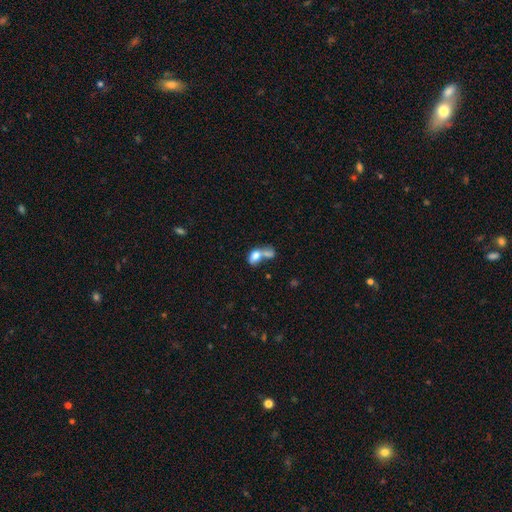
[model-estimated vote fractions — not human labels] smooth-or-featured: smooth: 72% | featured or disk: 18% | star or artifact: 9%
  how-rounded: in between: 81% | round: 16% | cigar-shaped: 3%
  merging: merger: 69% | none: 15% | major disturbance: 8% | minor disturbance: 7%